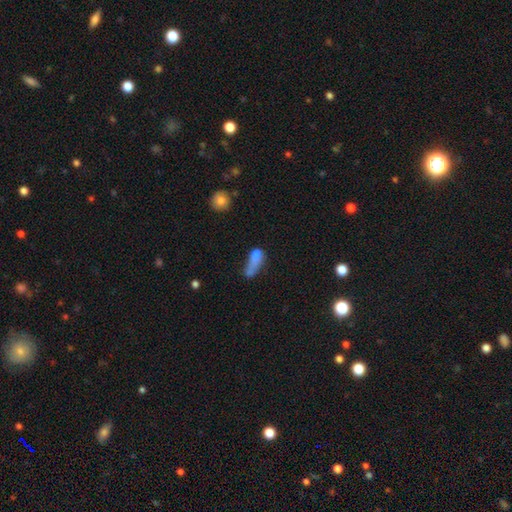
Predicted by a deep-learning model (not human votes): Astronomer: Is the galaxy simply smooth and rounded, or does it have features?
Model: smooth — 68%.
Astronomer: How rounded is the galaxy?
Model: in between — 60%.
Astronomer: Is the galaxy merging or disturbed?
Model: major disturbance — 39% (runner-up: none, 21%).